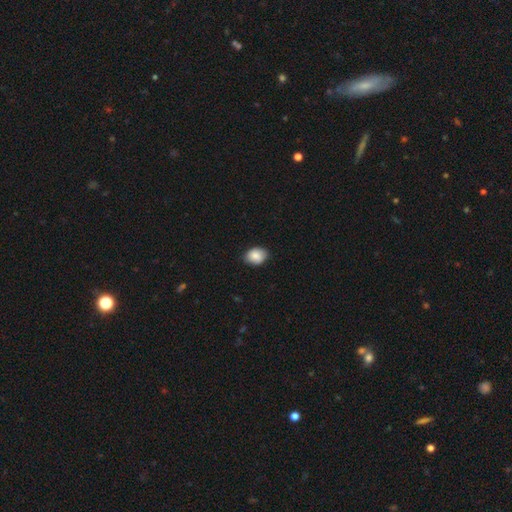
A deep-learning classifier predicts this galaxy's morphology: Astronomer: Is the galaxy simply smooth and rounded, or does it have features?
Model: smooth — 86%.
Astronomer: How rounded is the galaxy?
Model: in between — 73%.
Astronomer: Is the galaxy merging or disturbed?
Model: none — 82%.